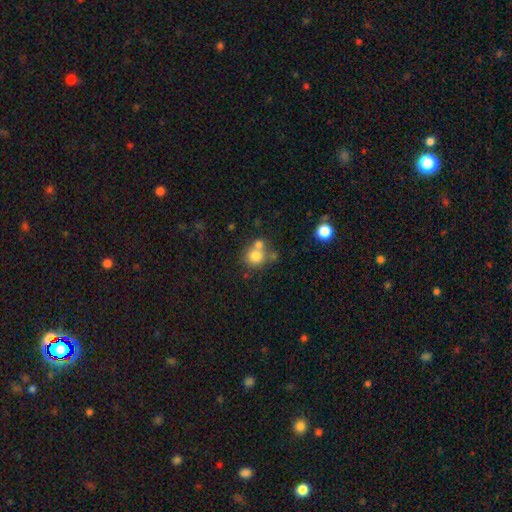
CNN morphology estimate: smooth-or-featured: smooth: 76% | featured or disk: 12% | star or artifact: 12%
  how-rounded: round: 83% | in between: 16% | cigar-shaped: 1%
  merging: none: 46% | merger: 40% | minor disturbance: 9% | major disturbance: 4%